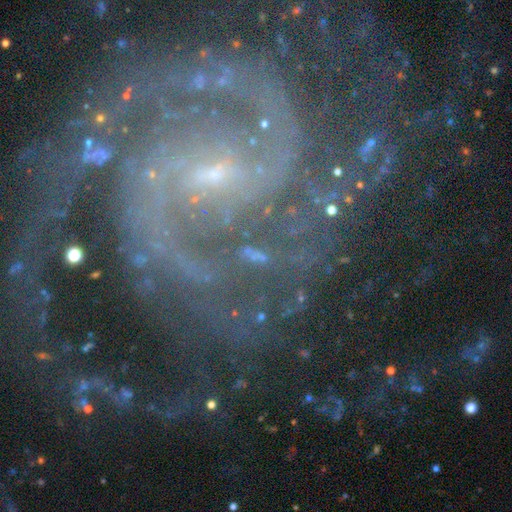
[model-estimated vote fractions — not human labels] Overall: star or artifact (60%; featured or disk 23%).